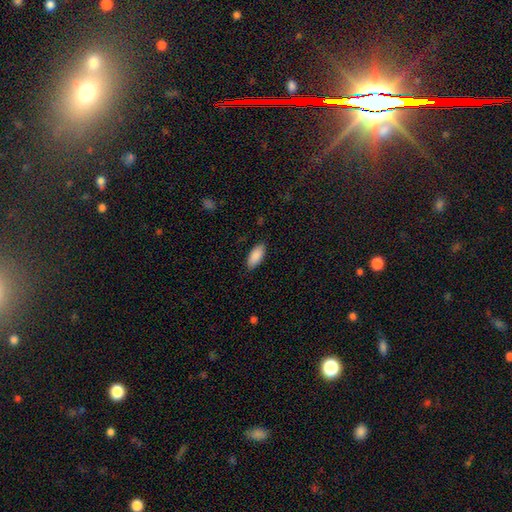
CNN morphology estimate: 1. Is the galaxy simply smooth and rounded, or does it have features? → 90% smooth, 6% star or artifact, 4% featured or disk.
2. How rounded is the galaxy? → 90% in between, 9% cigar-shaped, 2% round.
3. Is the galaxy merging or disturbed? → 86% none, 11% minor disturbance, 2% major disturbance, 1% merger.